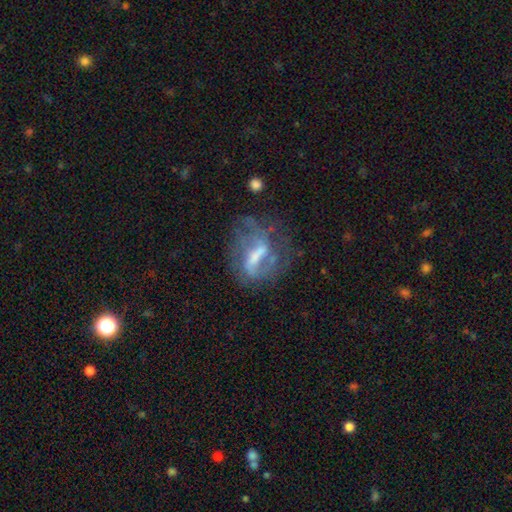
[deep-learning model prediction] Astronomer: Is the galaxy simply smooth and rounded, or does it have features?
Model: featured or disk — 70%.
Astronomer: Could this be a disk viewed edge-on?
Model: no — 93%.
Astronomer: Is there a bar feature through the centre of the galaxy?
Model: strong — 44% (runner-up: weak, 37%).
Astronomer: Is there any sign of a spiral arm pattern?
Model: yes — 64%.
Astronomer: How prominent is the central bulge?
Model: moderate — 35% (runner-up: small, 27%).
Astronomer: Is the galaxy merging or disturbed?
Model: none — 45% (runner-up: major disturbance, 28%).